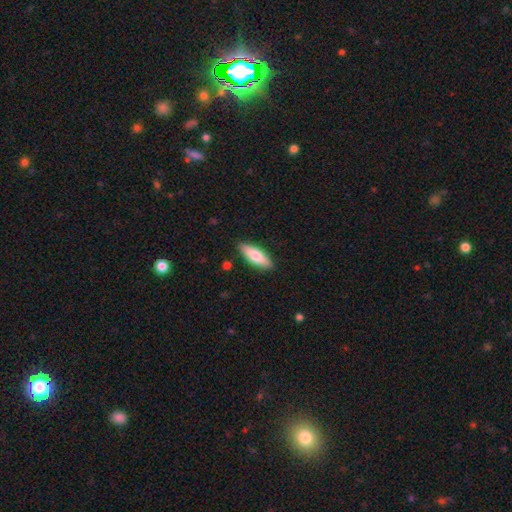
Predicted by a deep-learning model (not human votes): Smooth or featured? smooth (75%)
How rounded? in between (62%)
Merging? none (87%)